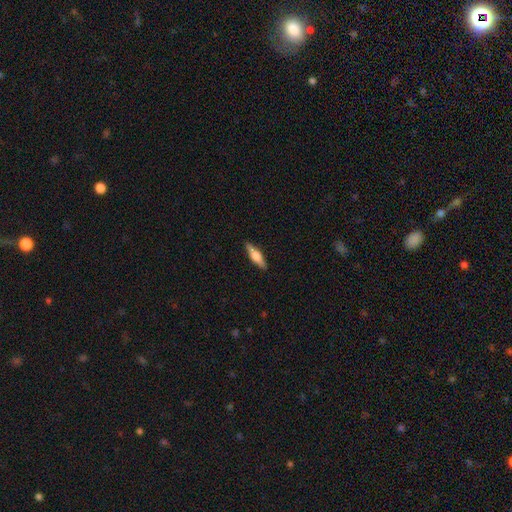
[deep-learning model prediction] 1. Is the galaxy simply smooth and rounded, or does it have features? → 49% featured or disk, 45% smooth, 6% star or artifact.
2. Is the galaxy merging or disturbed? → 89% none, 8% minor disturbance, 2% major disturbance, 1% merger.